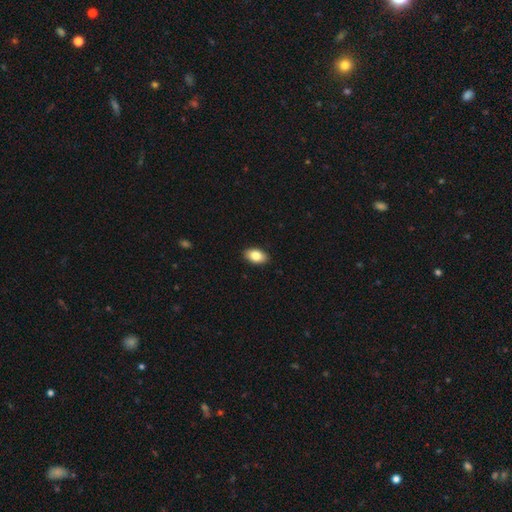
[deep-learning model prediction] This is clearly a smooth galaxy (85%). How rounded: clearly in between (91%). Merging: clearly none (90%).